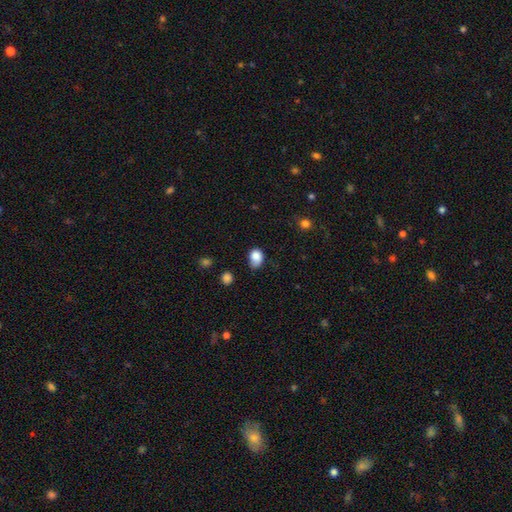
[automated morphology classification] smooth-or-featured: smooth: 85% | star or artifact: 9% | featured or disk: 6%
  how-rounded: in between: 62% | round: 37% | cigar-shaped: 1%
  merging: minor disturbance: 43% | none: 42% | major disturbance: 11% | merger: 3%